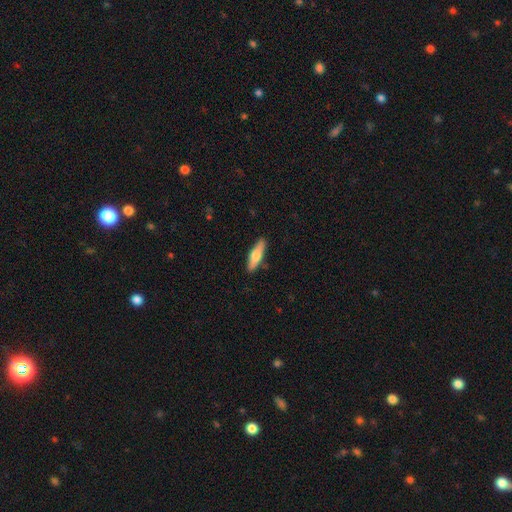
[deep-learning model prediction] A smooth galaxy with no disk features (62%) that is cigar-shaped (59%). Merging: none (89%).